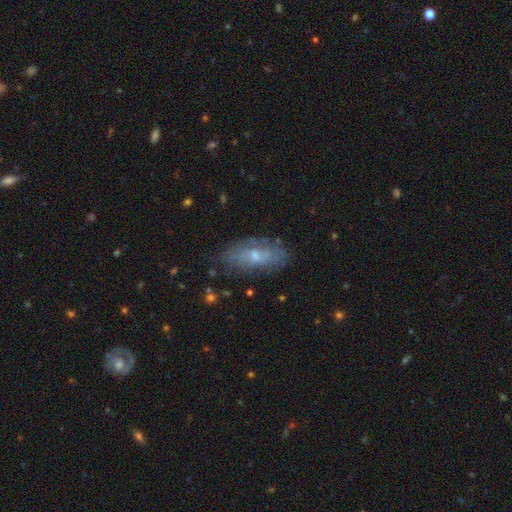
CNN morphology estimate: smooth_or_featured: featured or disk (p=0.52) [alt: smooth p=0.40]
disk_edge_on: no (p=0.87) [alt: yes p=0.13]
merging: none (p=0.69) [alt: minor disturbance p=0.21]